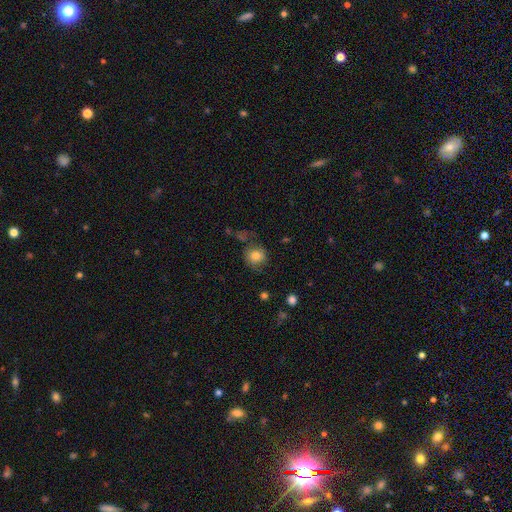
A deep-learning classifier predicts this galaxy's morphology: Smooth or featured? Predicted: smooth (p=0.79). How rounded? Predicted: round (p=0.85). Merging? Predicted: none (p=0.71).